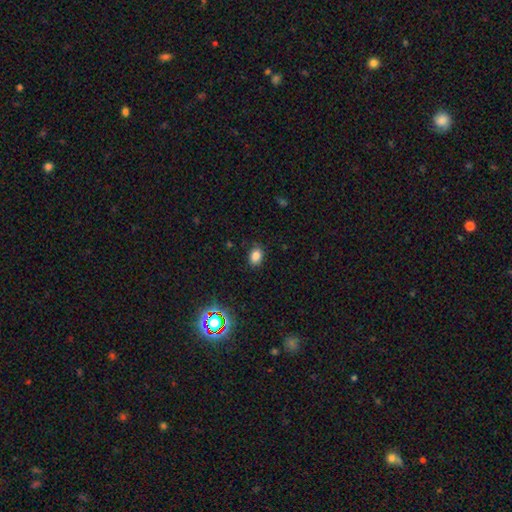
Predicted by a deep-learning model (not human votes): This is clearly a smooth galaxy (82%). How rounded: likely in between (72%). Merging: clearly none (83%).